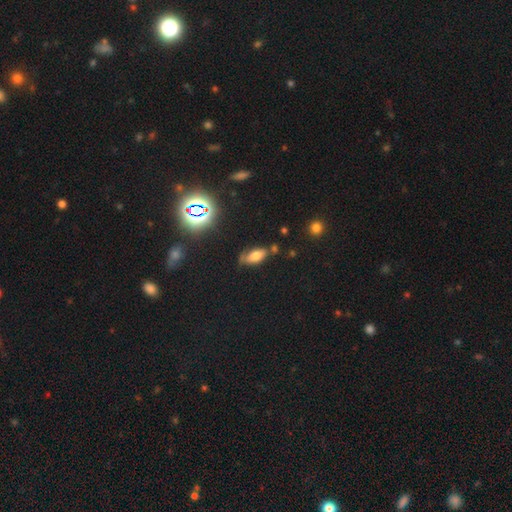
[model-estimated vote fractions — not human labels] Overall: smooth (61%). How rounded: in between (83%). Merging: none (58%; minor disturbance 27%).